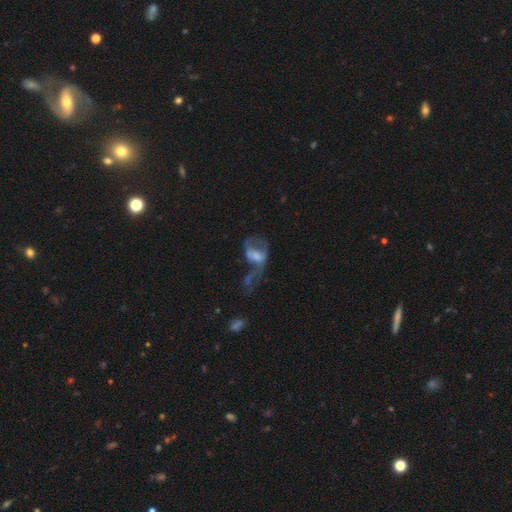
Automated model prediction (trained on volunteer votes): Smooth or featured? featured or disk (52%)
Edge-on disk? no (95%)
Merging? major disturbance (51%)